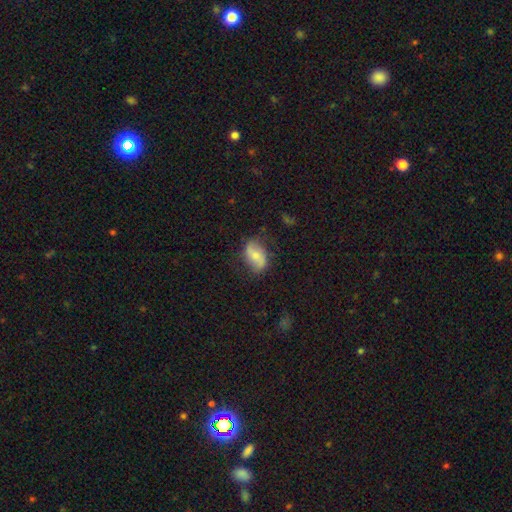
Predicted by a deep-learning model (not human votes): This is possibly a smooth galaxy (50%). Merging: likely none (71%).